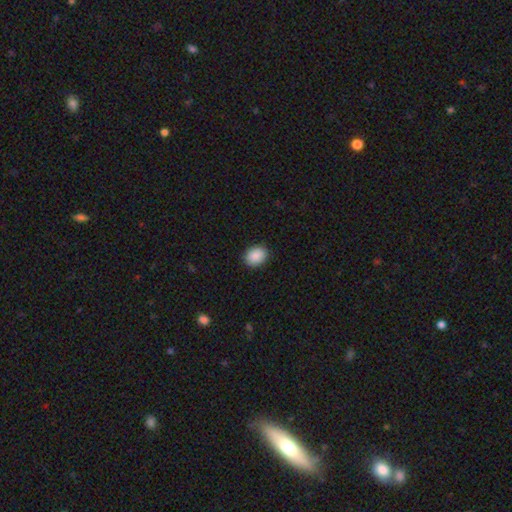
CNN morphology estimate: Overall: smooth (90%). How rounded: in between (63%; round 36%). Merging: none (90%).